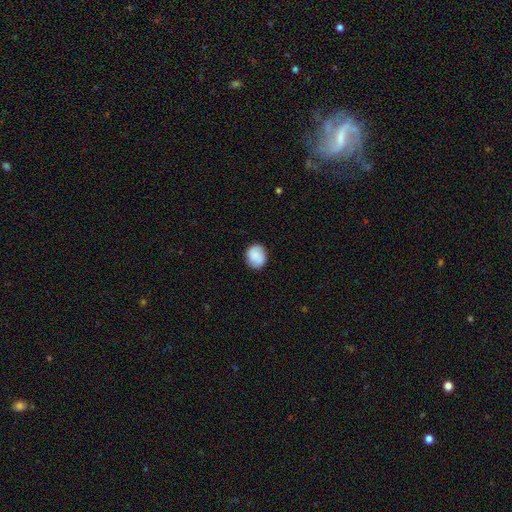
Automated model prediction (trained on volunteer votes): smooth_or_featured: smooth (p=0.80) [alt: featured or disk p=0.12]
how_rounded: round (p=0.71) [alt: in between p=0.28]
merging: none (p=0.84) [alt: minor disturbance p=0.12]